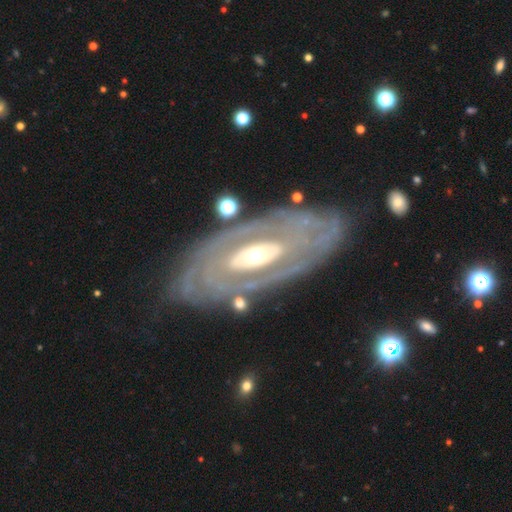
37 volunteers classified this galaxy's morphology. This appears to be a featured or disk galaxy (95%) with no bar (75%), tight (81%) spiral arms (84%) and a moderate central bulge (47%). Merging: none (81%).